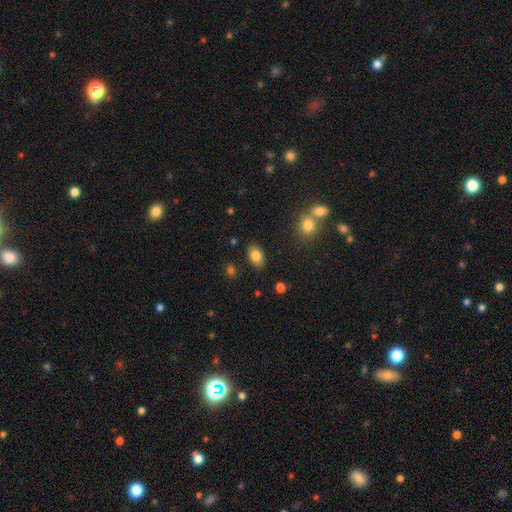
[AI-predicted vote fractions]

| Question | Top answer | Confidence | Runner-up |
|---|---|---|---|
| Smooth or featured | smooth | 83% | featured or disk (9%) |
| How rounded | in between | 87% | round (11%) |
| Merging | none | 86% | minor disturbance (9%) |